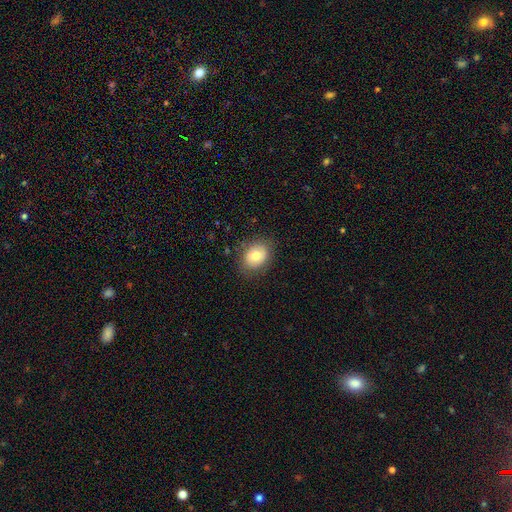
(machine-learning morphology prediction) A smooth galaxy with no disk features (77%) that is in between round and cigar-shaped (60%). Merging: none (81%).